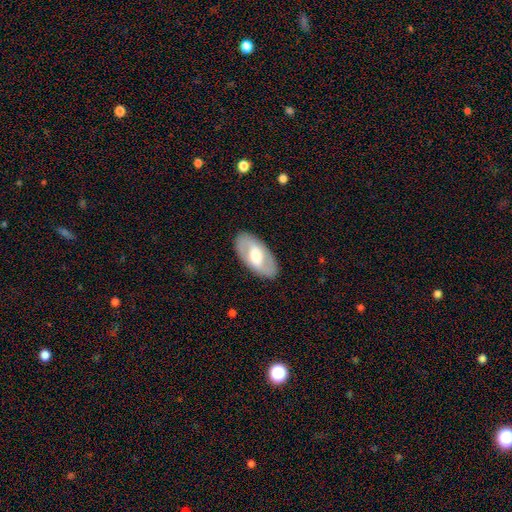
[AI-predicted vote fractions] Q: Smooth or featured?
A: featured or disk (59%); runner-up: smooth (36%)
Q: Edge-on disk?
A: no (91%); runner-up: yes (9%)
Q: Bar?
A: weak (41%); runner-up: no (35%)
Q: Spiral arms?
A: yes (59%); runner-up: no (41%)
Q: Bulge size?
A: moderate (49%); runner-up: large (36%)
Q: Merging?
A: none (86%); runner-up: minor disturbance (10%)